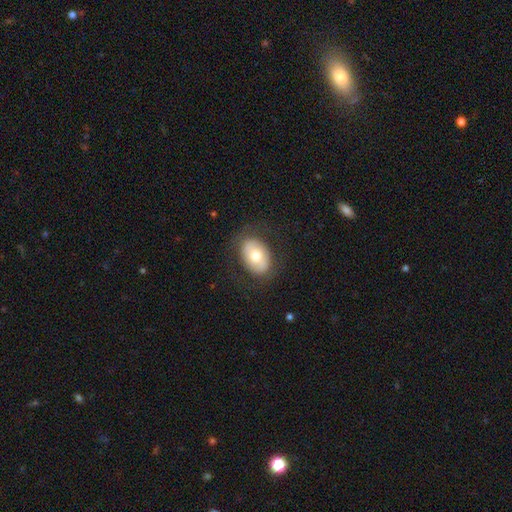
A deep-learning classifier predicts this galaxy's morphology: The model was most divided on "smooth or featured": smooth: 65%, featured or disk: 28%, star or artifact: 7%. More confident: how rounded — in between (84%); merging — none (79%).